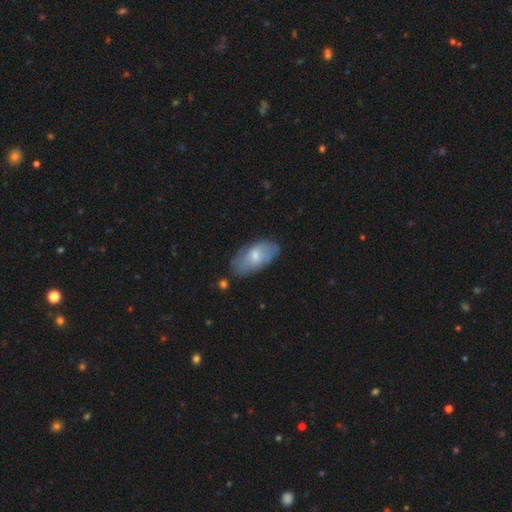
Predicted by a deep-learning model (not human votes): smooth 63%, featured or disk 31%, star or artifact 6%. Down the decision tree: how rounded — in between (93%); merging — none (68%).